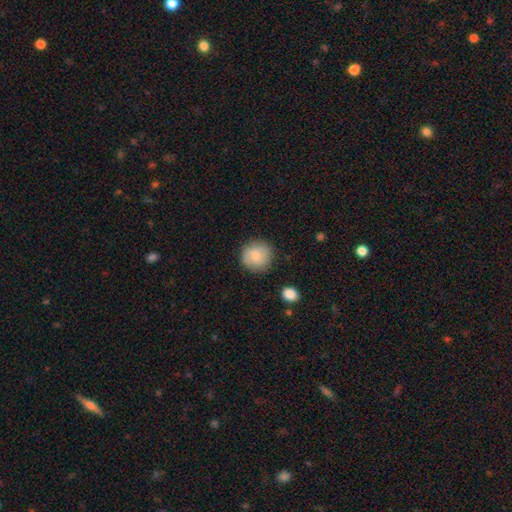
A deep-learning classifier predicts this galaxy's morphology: Smooth or featured? Predicted: smooth (p=0.82). How rounded? Predicted: round (p=0.92). Merging? Predicted: none (p=0.82).